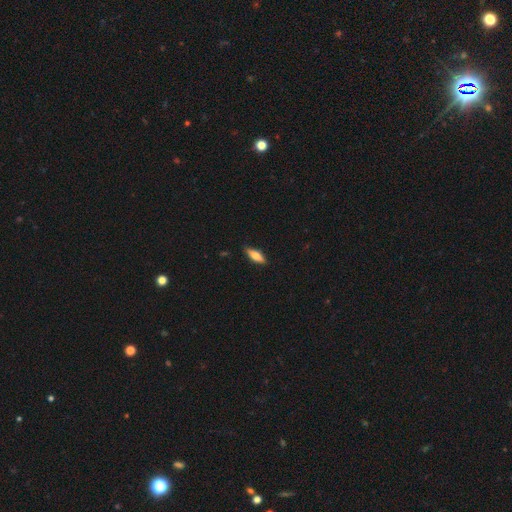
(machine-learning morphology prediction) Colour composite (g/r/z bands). It shows a smooth galaxy with no disk features (65%) that is in between round and cigar-shaped (57%). Merging: none (85%).